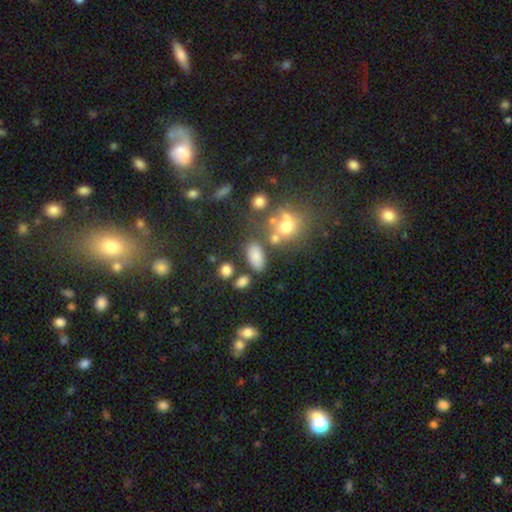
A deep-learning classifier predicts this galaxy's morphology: Smooth or featured?
  - smooth: 74% *
  - star or artifact: 16%
  - featured or disk: 10%
How rounded?
  - in between: 86% *
  - round: 10%
  - cigar-shaped: 4%
Merging?
  - none: 64% *
  - minor disturbance: 15%
  - merger: 15%
  - major disturbance: 7%